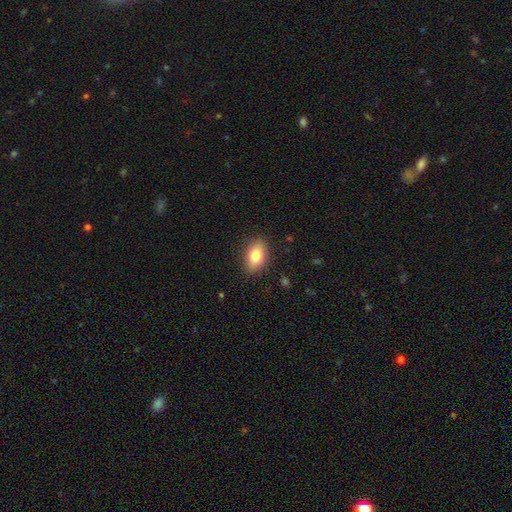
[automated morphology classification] Smooth or featured? Predicted: smooth (p=0.81). How rounded? Predicted: in between (p=0.88). Merging? Predicted: none (p=0.87).